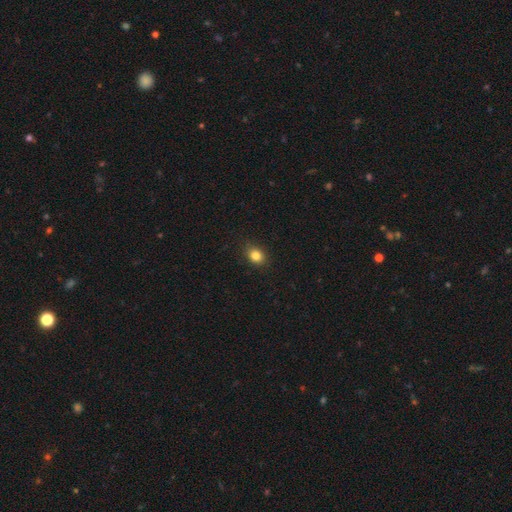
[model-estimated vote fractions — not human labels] smooth_or_featured: smooth (p=0.83) [alt: star or artifact p=0.11]
how_rounded: in between (p=0.51) [alt: round p=0.48]
merging: none (p=0.87) [alt: minor disturbance p=0.10]